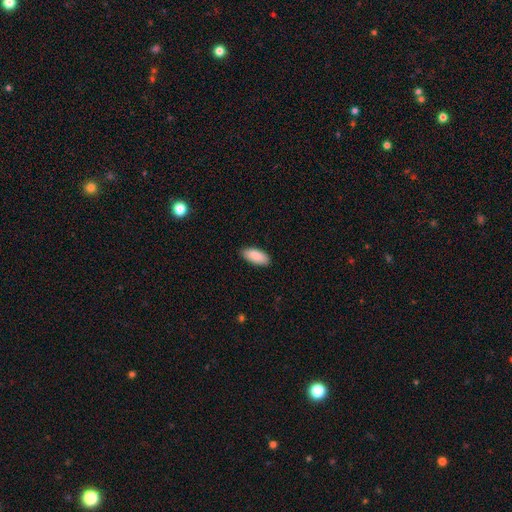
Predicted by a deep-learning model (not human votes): This is clearly a smooth galaxy (90%). How rounded: clearly in between (88%). Merging: clearly none (88%).